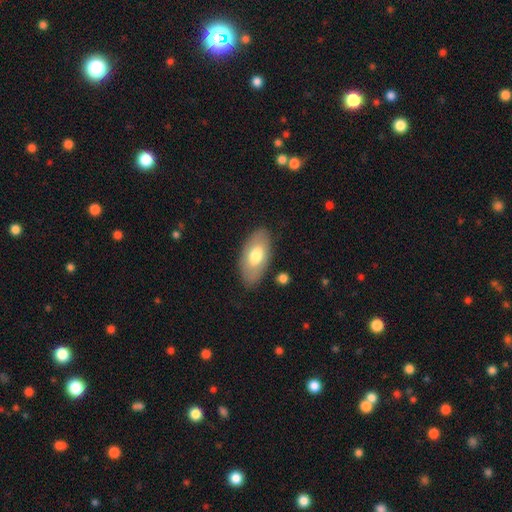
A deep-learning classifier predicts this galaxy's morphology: This is likely a smooth galaxy (66%). How rounded: clearly in between (93%). Merging: clearly none (82%).